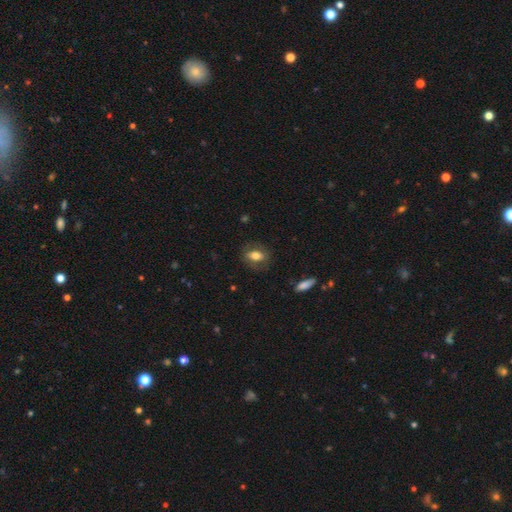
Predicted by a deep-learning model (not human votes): Overall: smooth (66%; featured or disk 26%). How rounded: in between (77%). Merging: none (78%).